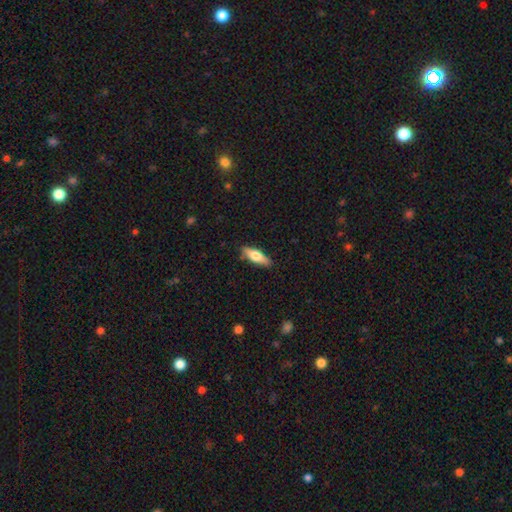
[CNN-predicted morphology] smooth 61%, featured or disk 33%, star or artifact 6%. Down the decision tree: how rounded — in between (53%); merging — none (86%).